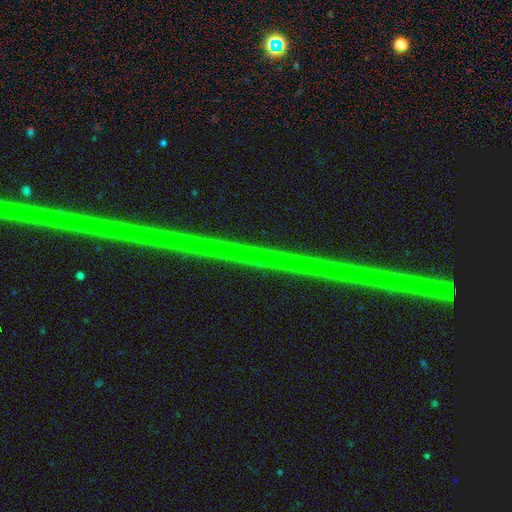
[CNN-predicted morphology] type=star or artifact (87%).